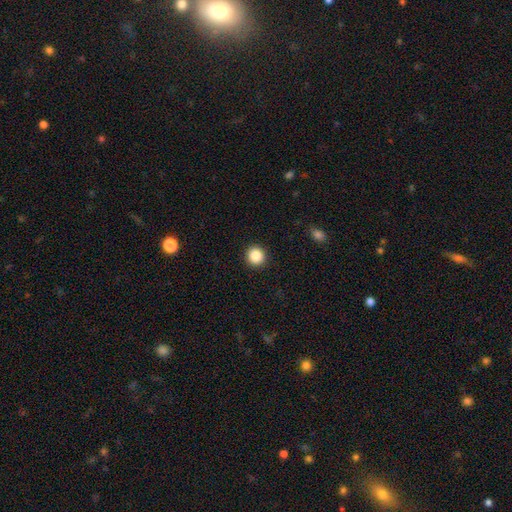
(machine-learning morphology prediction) This appears to be a smooth galaxy with no disk features (86%) that is round (94%). Merging: none (93%).